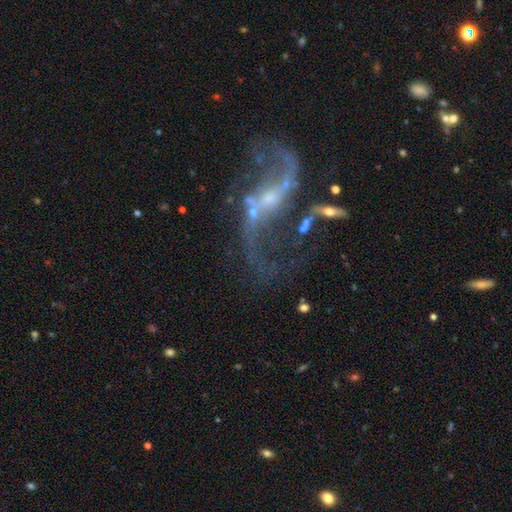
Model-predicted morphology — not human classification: smooth_or_featured: featured or disk (p=0.89) [alt: star or artifact p=0.08]
disk_edge_on: no (p=0.96) [alt: yes p=0.04]
bar: weak (p=0.40) [alt: no p=0.37]
has_spiral_arms: yes (p=0.94) [alt: no p=0.06]
spiral_winding: loose (p=0.89) [alt: medium p=0.08]
spiral_arm_count: 2 (p=0.90) [alt: 1 p=0.03]
bulge_size: small (p=0.72) [alt: moderate p=0.16]
merging: none (p=0.55) [alt: major disturbance p=0.20]